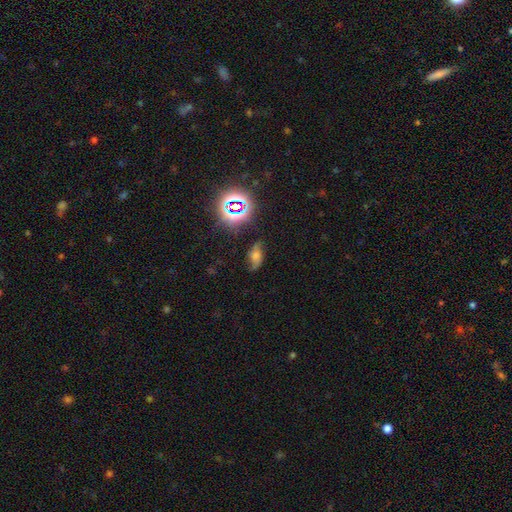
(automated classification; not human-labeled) Smooth or featured? Predicted: featured or disk (p=0.41). Merging? Predicted: none (p=0.69).